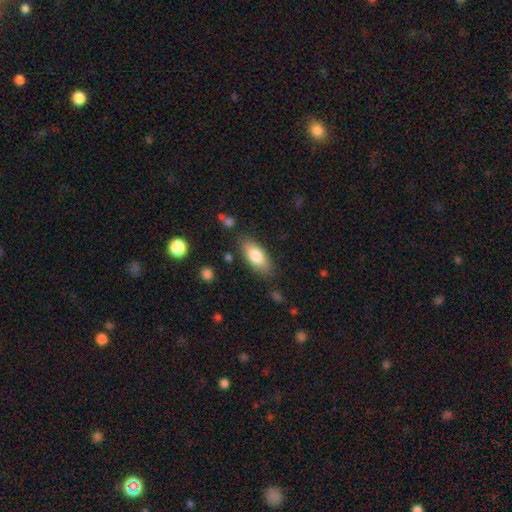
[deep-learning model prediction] smooth_or_featured: smooth (p=0.79) [alt: featured or disk p=0.15]
how_rounded: in between (p=0.83) [alt: cigar-shaped p=0.15]
merging: none (p=0.81) [alt: minor disturbance p=0.14]